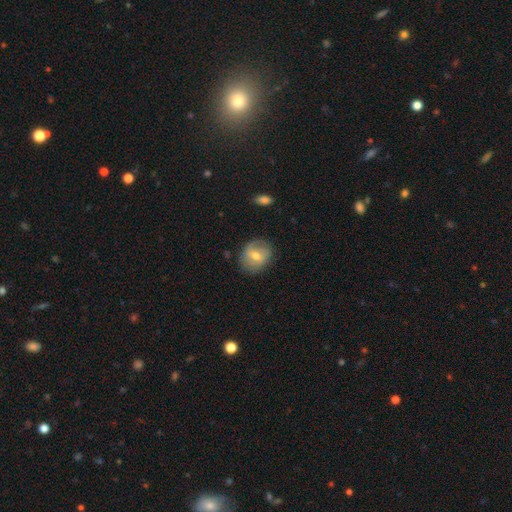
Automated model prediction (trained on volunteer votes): Smooth or featured: smooth — 50% (featured or disk — 41%)
How rounded: round — 62% (in between — 37%)
Merging: none — 75% (minor disturbance — 18%)